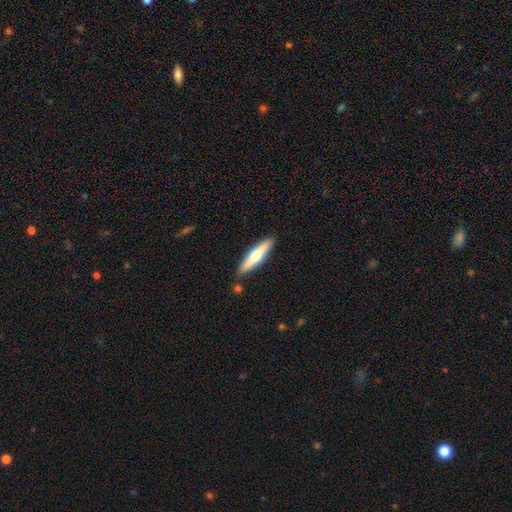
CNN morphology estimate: Q: Smooth or featured?
A: featured or disk (48%); runner-up: smooth (47%)
Q: Merging?
A: none (86%); runner-up: minor disturbance (9%)